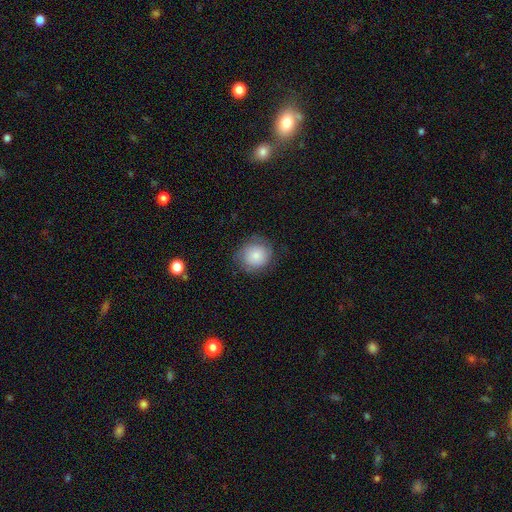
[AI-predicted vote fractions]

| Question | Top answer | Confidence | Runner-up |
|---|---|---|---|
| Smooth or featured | smooth | 76% | featured or disk (16%) |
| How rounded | round | 83% | in between (16%) |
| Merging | none | 74% | minor disturbance (18%) |